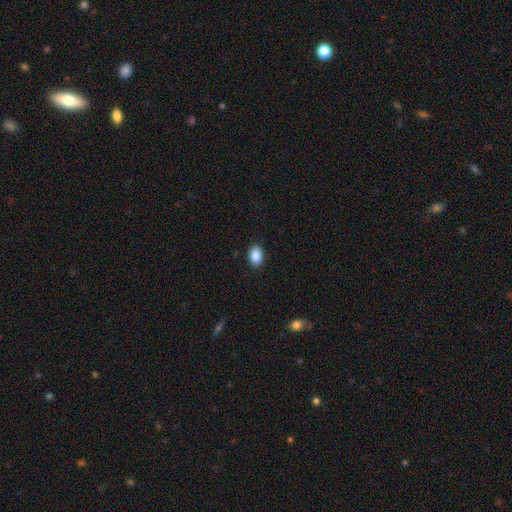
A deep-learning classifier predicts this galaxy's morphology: A smooth galaxy with no disk features (89%) that is in between round and cigar-shaped (83%).

Vote fractions:
- Smooth or featured? smooth: 89% / star or artifact: 8% / featured or disk: 3%
- How rounded? in between: 83% / round: 16% / cigar-shaped: 1%
- Merging? none: 89% / minor disturbance: 8% / major disturbance: 2% / merger: 1%